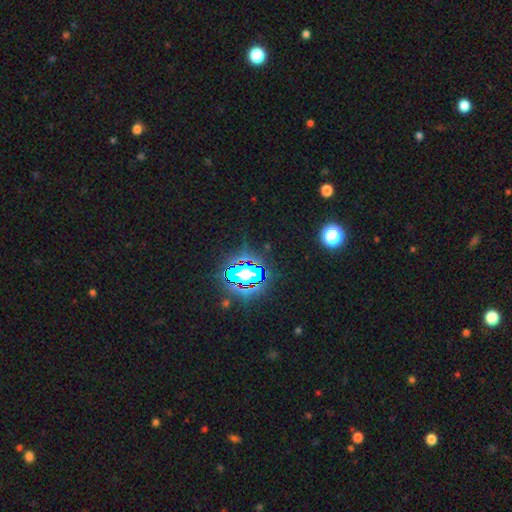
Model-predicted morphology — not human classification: A star or artifact, not a galaxy (84%).